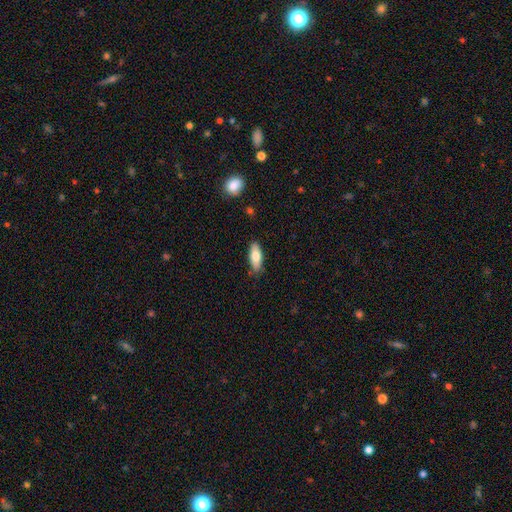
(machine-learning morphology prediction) The model was most divided on "how rounded": in between: 75%, cigar-shaped: 23%, round: 2%. More confident: merging — none (85%); smooth or featured — smooth (77%).